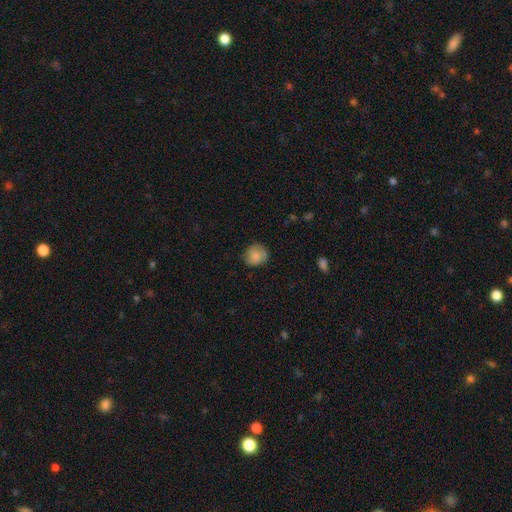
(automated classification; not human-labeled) Morphology: type=smooth (81%); roundness=round (80%); merging=none (71%).